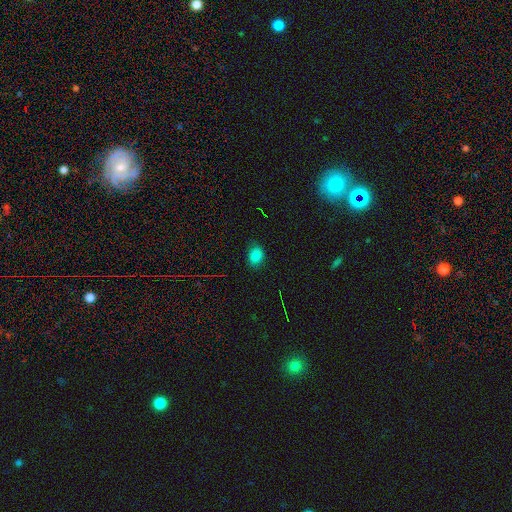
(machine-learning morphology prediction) A smooth galaxy with no disk features (80%) that is in between round and cigar-shaped (70%). Merging: none (80%).